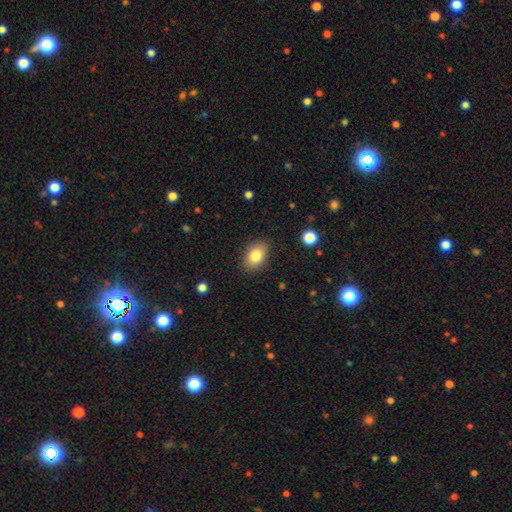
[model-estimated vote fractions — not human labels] smooth_or_featured: smooth (p=0.83) [alt: featured or disk p=0.09]
how_rounded: in between (p=0.84) [alt: round p=0.15]
merging: none (p=0.86) [alt: minor disturbance p=0.10]